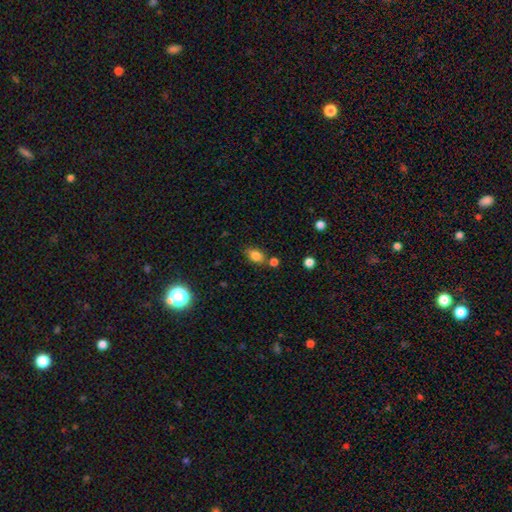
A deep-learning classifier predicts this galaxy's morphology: Smooth or featured? smooth (82%)
How rounded? in between (77%)
Merging? none (68%)